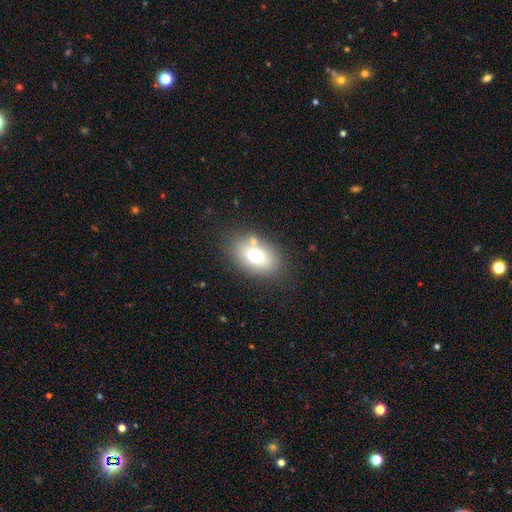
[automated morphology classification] Smooth or featured?
  - smooth: 68% *
  - featured or disk: 19%
  - star or artifact: 12%
How rounded?
  - in between: 79% *
  - round: 20%
  - cigar-shaped: 1%
Merging?
  - none: 71% *
  - minor disturbance: 14%
  - merger: 9%
  - major disturbance: 5%